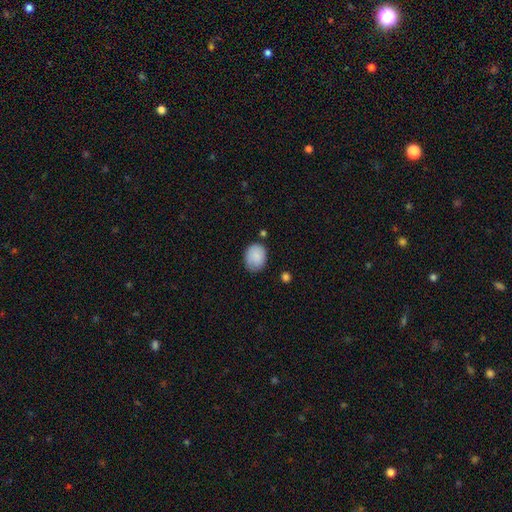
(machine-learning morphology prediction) Smooth or featured? Predicted: smooth (p=0.87). How rounded? Predicted: in between (p=0.60). Merging? Predicted: none (p=0.71).